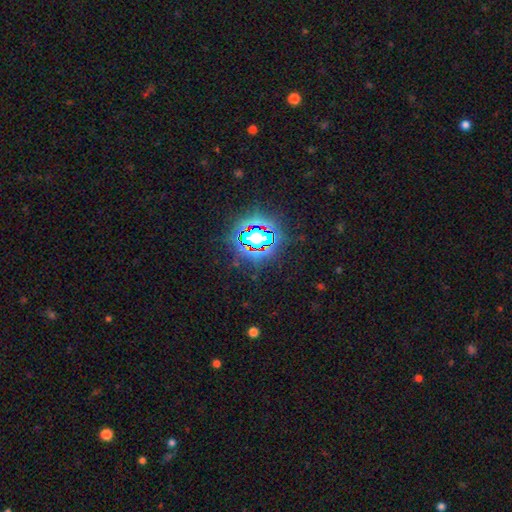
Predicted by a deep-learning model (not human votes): This is clearly a star or artifact rather than a galaxy (80%).